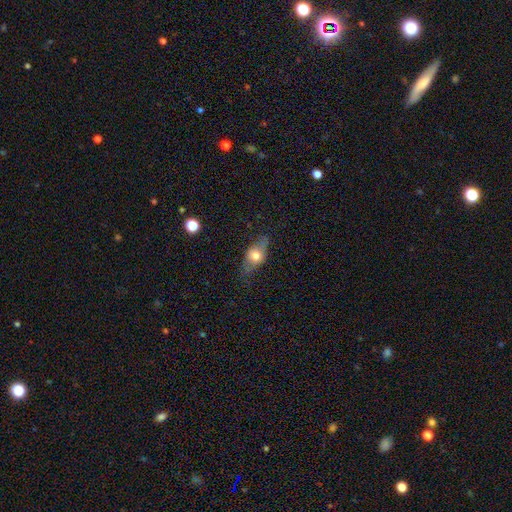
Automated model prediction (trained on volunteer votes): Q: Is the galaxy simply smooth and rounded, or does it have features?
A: smooth — 52%.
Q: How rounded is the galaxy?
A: in between — 70%.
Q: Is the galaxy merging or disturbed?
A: none — 69%.